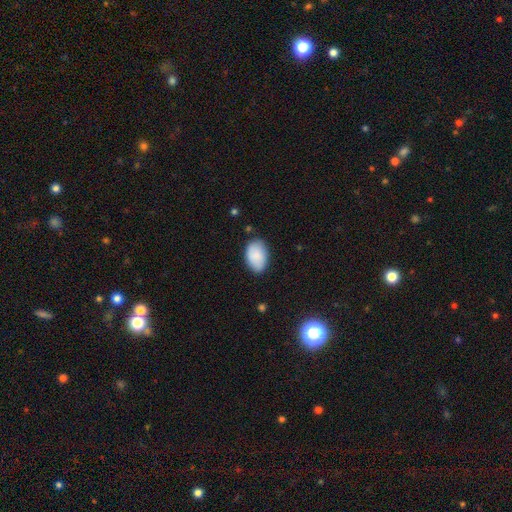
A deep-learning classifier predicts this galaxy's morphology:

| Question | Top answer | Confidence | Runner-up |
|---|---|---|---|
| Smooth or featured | smooth | 86% | featured or disk (7%) |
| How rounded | in between | 91% | round (8%) |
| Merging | none | 79% | minor disturbance (17%) |